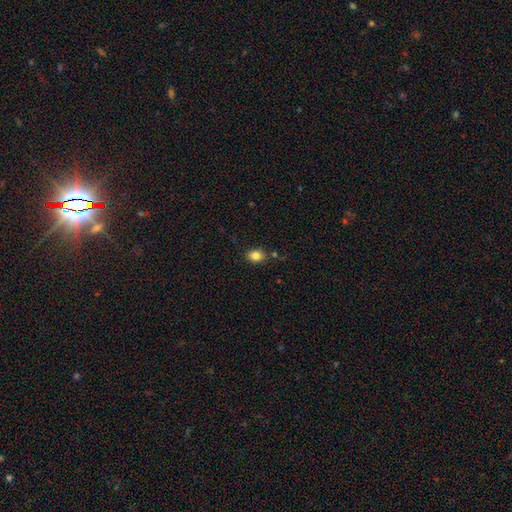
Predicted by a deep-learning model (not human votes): smooth 84%, star or artifact 10%, featured or disk 6%. Down the decision tree: how rounded — in between (57%); merging — none (81%).